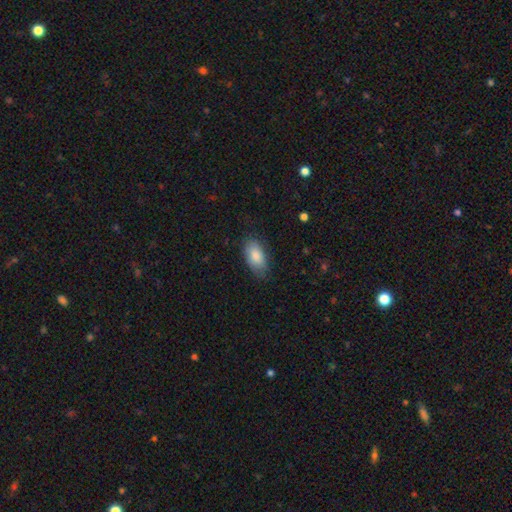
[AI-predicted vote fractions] A smooth galaxy with no disk features (85%) that is in between round and cigar-shaped (93%).

Vote fractions:
- Smooth or featured? smooth: 85% / featured or disk: 9% / star or artifact: 6%
- How rounded? in between: 93% / round: 3% / cigar-shaped: 3%
- Merging? none: 74% / minor disturbance: 20% / major disturbance: 5% / merger: 1%